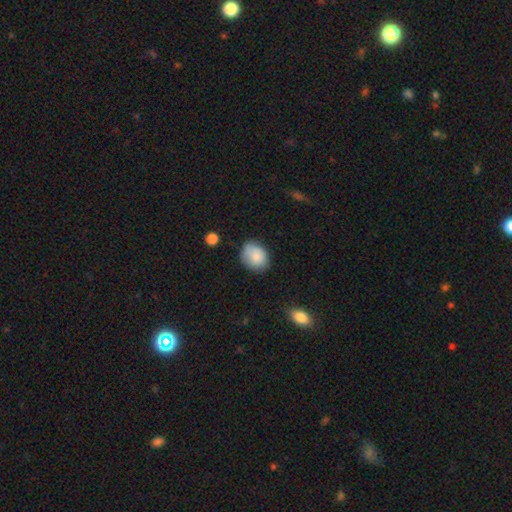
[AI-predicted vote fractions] This is clearly a smooth galaxy (83%). How rounded: possibly round (50%). Merging: likely none (67%).